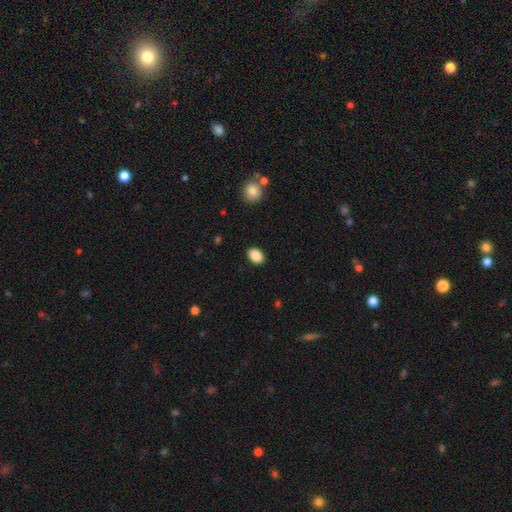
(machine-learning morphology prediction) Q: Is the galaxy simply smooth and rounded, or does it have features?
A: smooth — 87%.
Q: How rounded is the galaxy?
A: in between — 77%.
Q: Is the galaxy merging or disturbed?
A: none — 90%.